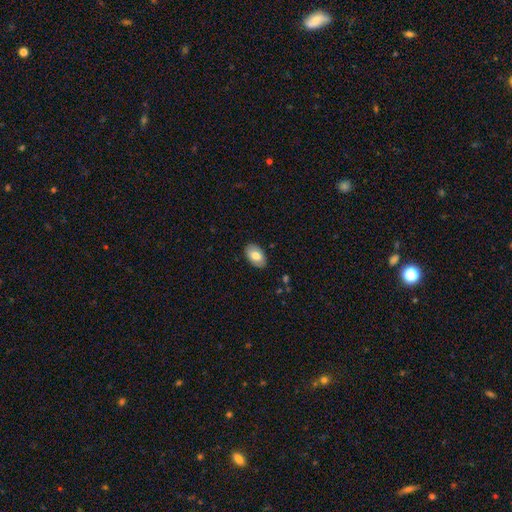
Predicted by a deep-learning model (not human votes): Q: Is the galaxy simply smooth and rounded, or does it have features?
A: smooth — 78%.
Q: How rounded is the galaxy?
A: in between — 93%.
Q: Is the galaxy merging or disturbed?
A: none — 88%.